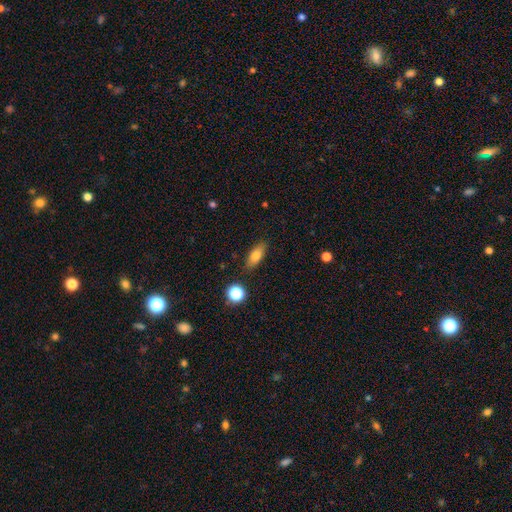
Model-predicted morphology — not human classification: The model was most divided on "how rounded": in between: 74%, cigar-shaped: 20%, round: 6%. More confident: merging — none (84%); smooth or featured — smooth (76%).